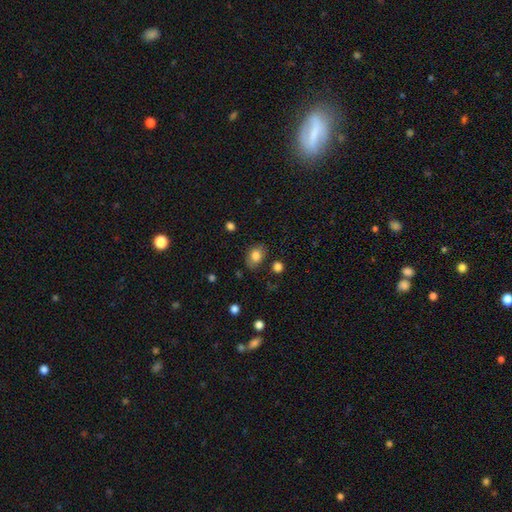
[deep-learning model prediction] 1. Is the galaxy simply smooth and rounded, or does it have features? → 81% smooth, 10% featured or disk, 9% star or artifact.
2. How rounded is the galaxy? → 71% in between, 28% round, 1% cigar-shaped.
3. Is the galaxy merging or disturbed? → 78% none, 15% minor disturbance, 4% major disturbance, 3% merger.